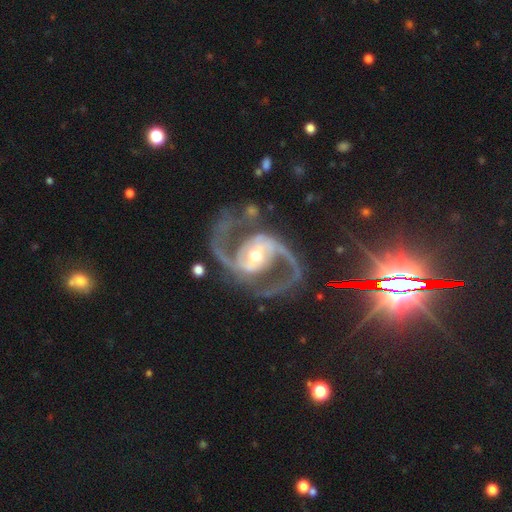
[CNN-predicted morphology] Q: Smooth or featured?
A: featured or disk (93%); runner-up: star or artifact (5%)
Q: Edge-on disk?
A: no (98%); runner-up: yes (2%)
Q: Bar?
A: strong (42%); runner-up: weak (36%)
Q: Spiral arms?
A: yes (98%); runner-up: no (2%)
Q: Spiral winding?
A: medium (60%); runner-up: loose (29%)
Q: Spiral arm count?
A: 2 (94%); runner-up: 3 (1%)
Q: Bulge size?
A: moderate (60%); runner-up: small (32%)
Q: Merging?
A: none (74%); runner-up: minor disturbance (13%)